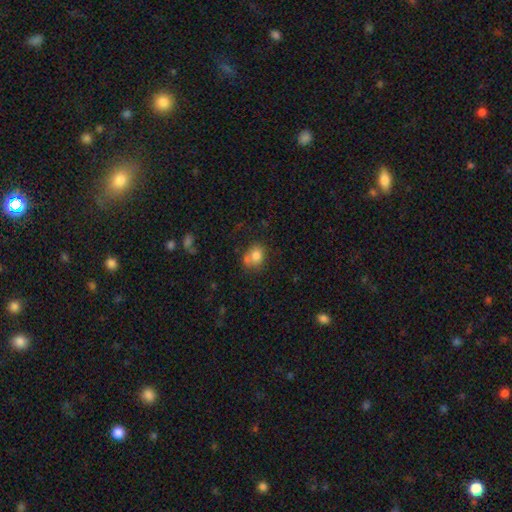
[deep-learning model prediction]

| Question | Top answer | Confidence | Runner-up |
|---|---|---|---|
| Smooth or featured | smooth | 78% | featured or disk (11%) |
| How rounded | round | 59% | in between (40%) |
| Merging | none | 49% | minor disturbance (21%) |